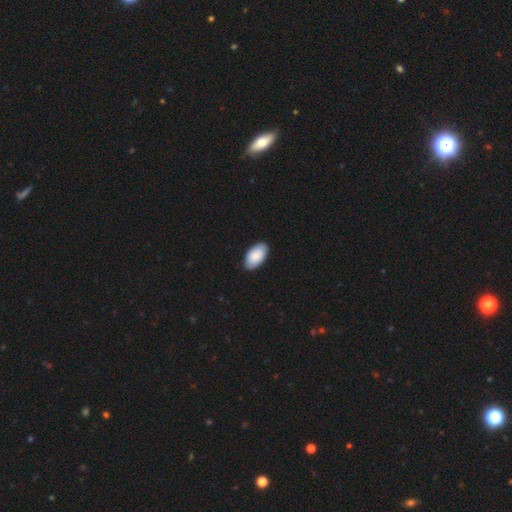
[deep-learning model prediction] smooth 87%, featured or disk 8%, star or artifact 5%. Down the decision tree: how rounded — in between (96%); merging — none (87%).